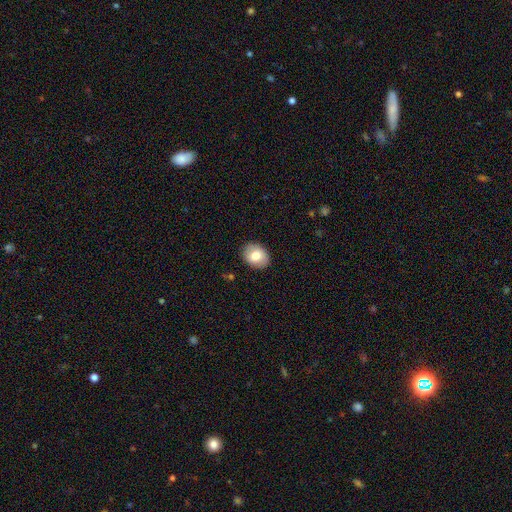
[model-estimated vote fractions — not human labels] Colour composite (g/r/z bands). It shows a smooth galaxy with no disk features (77%) that is in between round and cigar-shaped (59%). Merging: none (88%).